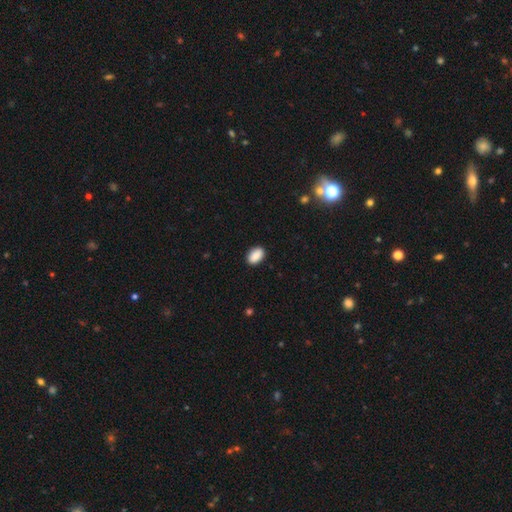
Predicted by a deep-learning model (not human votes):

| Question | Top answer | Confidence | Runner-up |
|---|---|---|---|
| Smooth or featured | smooth | 90% | star or artifact (7%) |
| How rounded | in between | 91% | round (7%) |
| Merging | none | 89% | minor disturbance (8%) |